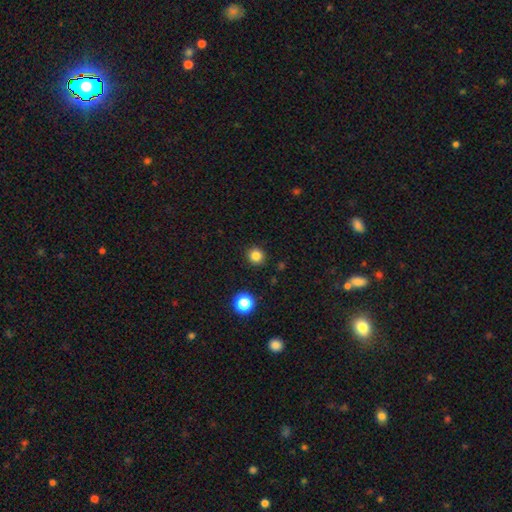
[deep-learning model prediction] Overall: smooth (82%). How rounded: round (93%). Merging: none (92%).